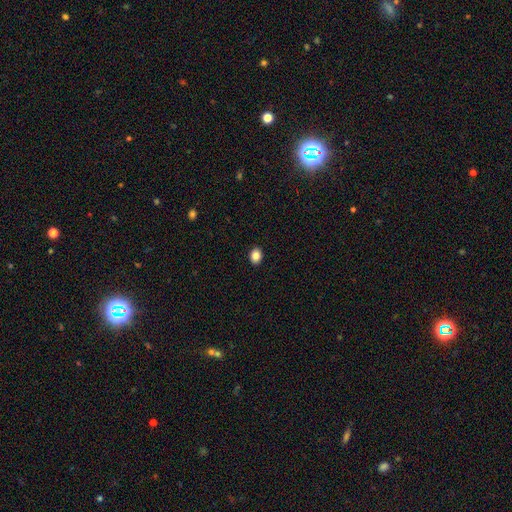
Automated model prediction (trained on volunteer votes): This appears to be a smooth galaxy with no disk features (86%) that is in between round and cigar-shaped (64%). Merging: none (91%).